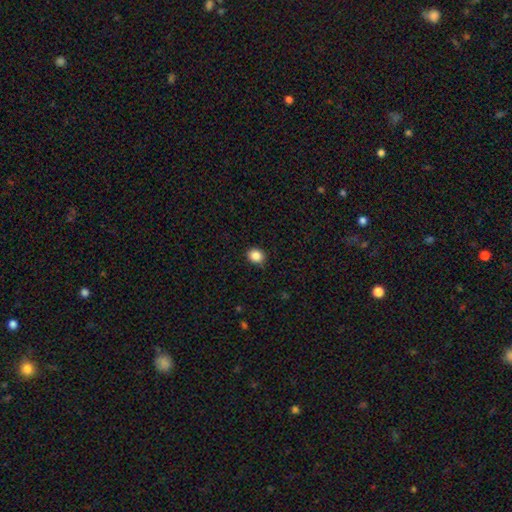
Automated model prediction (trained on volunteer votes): A smooth galaxy with no disk features (86%) that is round (69%). Merging: none (86%).